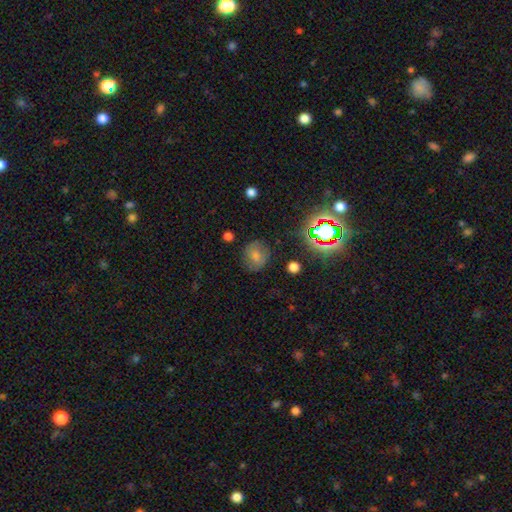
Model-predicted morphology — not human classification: The model was most divided on "smooth or featured": smooth: 57%, star or artifact: 25%, featured or disk: 19%. More confident: merging — none (81%); how rounded — round (81%).